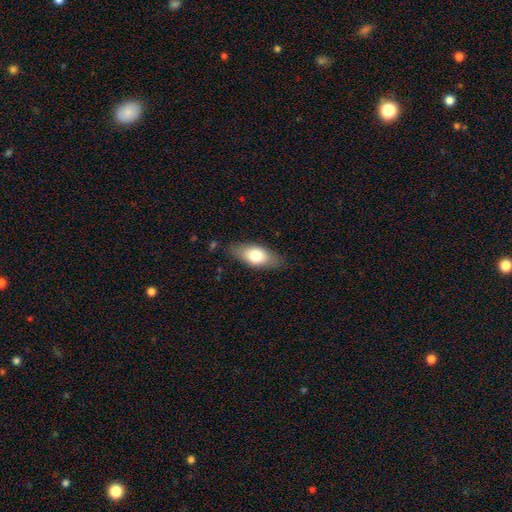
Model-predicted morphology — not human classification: Overall: smooth (71%). How rounded: in between (85%). Merging: none (81%).